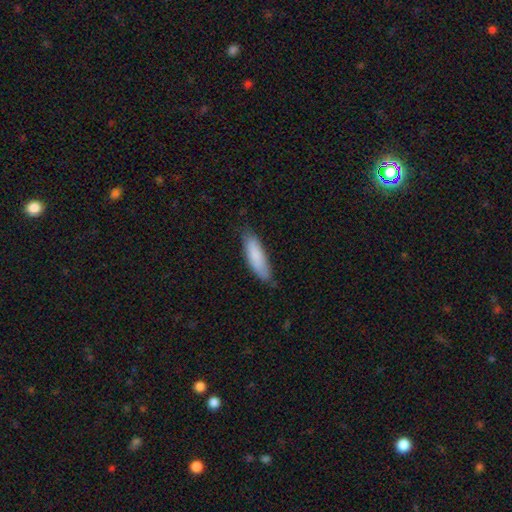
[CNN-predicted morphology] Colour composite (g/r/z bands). It shows a smooth galaxy with no disk features (84%) that is cigar-shaped (53%). Merging: none (75%).